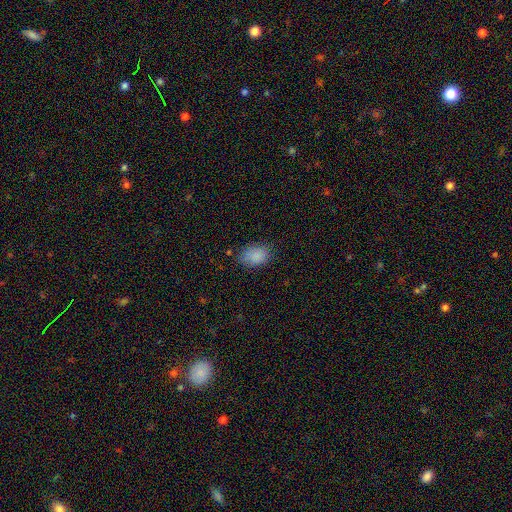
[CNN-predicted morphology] Smooth or featured? Predicted: smooth (p=0.85). How rounded? Predicted: in between (p=0.82). Merging? Predicted: none (p=0.73).